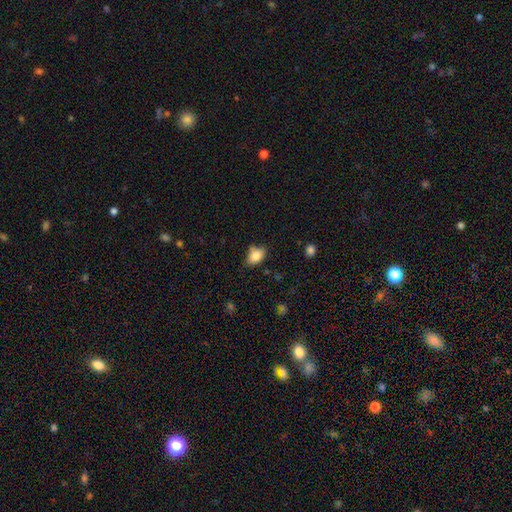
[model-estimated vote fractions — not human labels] A smooth galaxy with no disk features (83%) that is in between round and cigar-shaped (83%).

Vote fractions:
- Smooth or featured? smooth: 83% / featured or disk: 9% / star or artifact: 8%
- How rounded? in between: 83% / round: 15% / cigar-shaped: 2%
- Merging? none: 70% / minor disturbance: 20% / merger: 6% / major disturbance: 4%